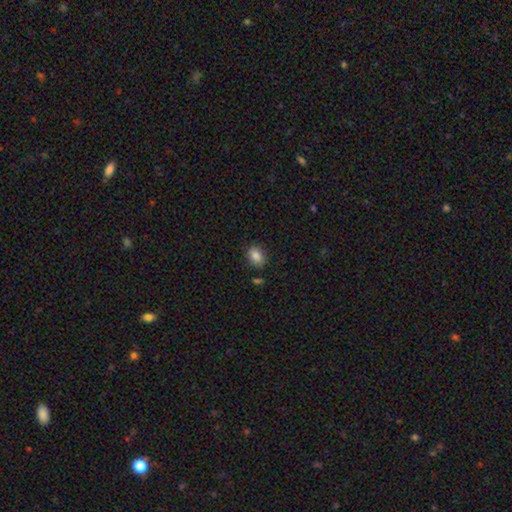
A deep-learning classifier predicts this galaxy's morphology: smooth_or_featured: smooth (p=0.85) [alt: star or artifact p=0.08]
how_rounded: in between (p=0.78) [alt: round p=0.21]
merging: none (p=0.84) [alt: minor disturbance p=0.10]